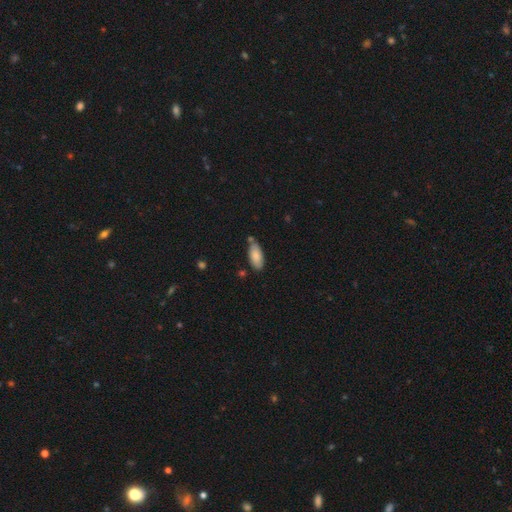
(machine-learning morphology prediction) smooth_or_featured: smooth (p=0.83) [alt: featured or disk p=0.10]
how_rounded: in between (p=0.86) [alt: cigar-shaped p=0.12]
merging: none (p=0.71) [alt: minor disturbance p=0.18]